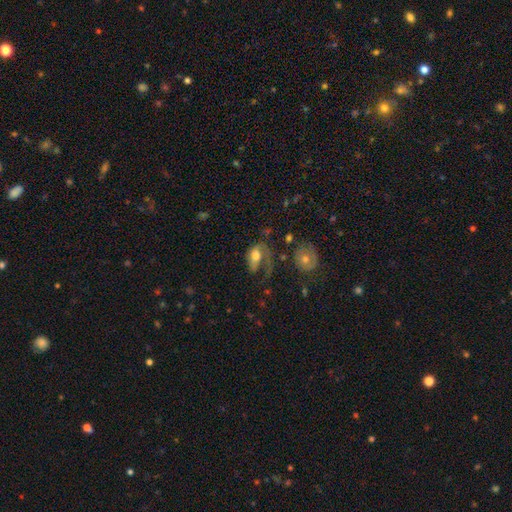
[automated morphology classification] The model was most divided on "smooth or featured" (2-way tie): smooth: 46%, featured or disk: 46%, star or artifact: 8%. More confident: merging — major disturbance (52%).